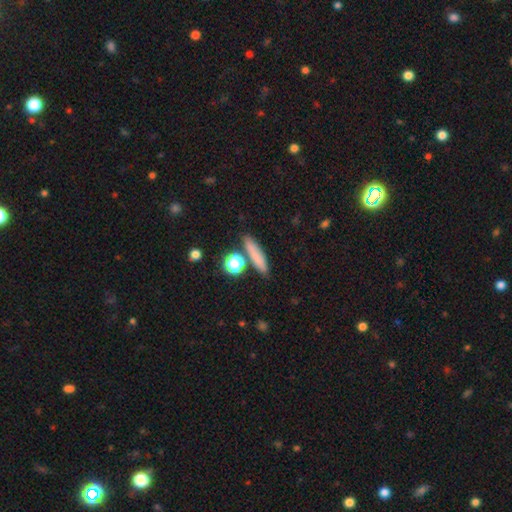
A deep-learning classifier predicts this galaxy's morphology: This appears to be a smooth galaxy with no disk features (76%) that is cigar-shaped (74%). Merging: none (79%).